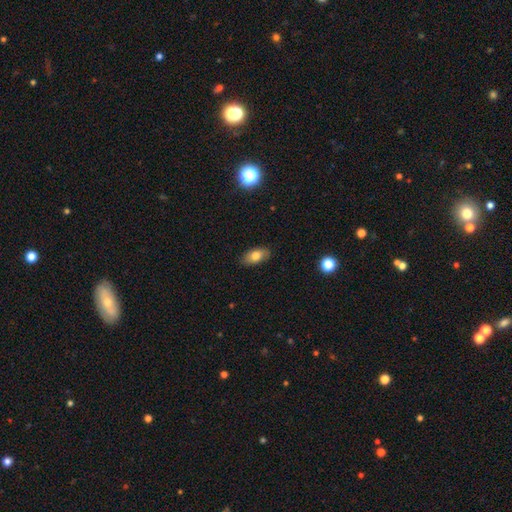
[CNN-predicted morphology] Smooth or featured? Predicted: smooth (p=0.77). How rounded? Predicted: in between (p=0.91). Merging? Predicted: none (p=0.84).